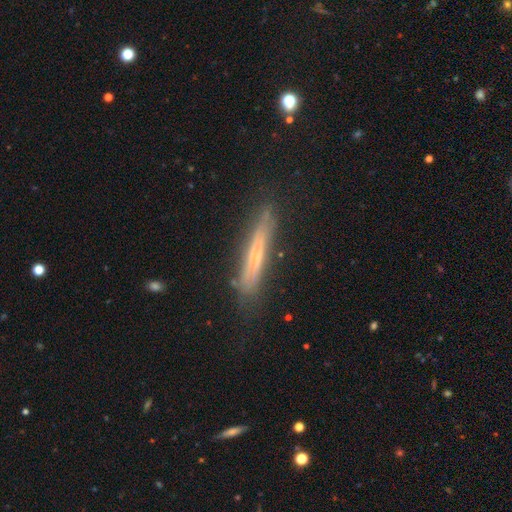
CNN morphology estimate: Smooth or featured? Predicted: featured or disk (p=0.57). Edge-on disk? Predicted: yes (p=0.84). Merging? Predicted: none (p=0.79).